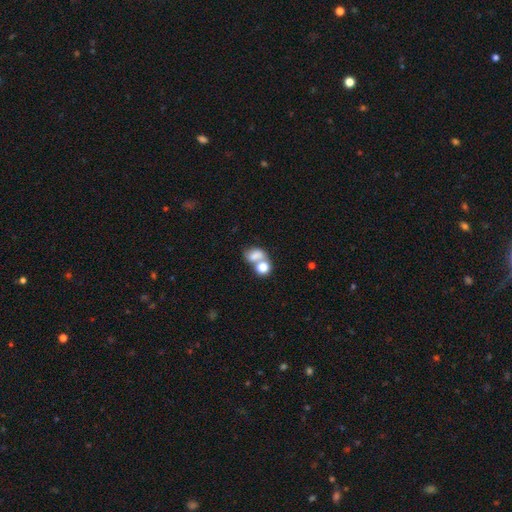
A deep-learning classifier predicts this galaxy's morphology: This is likely a smooth galaxy (73%). How rounded: likely in between (64%). Merging: likely merger (63%).